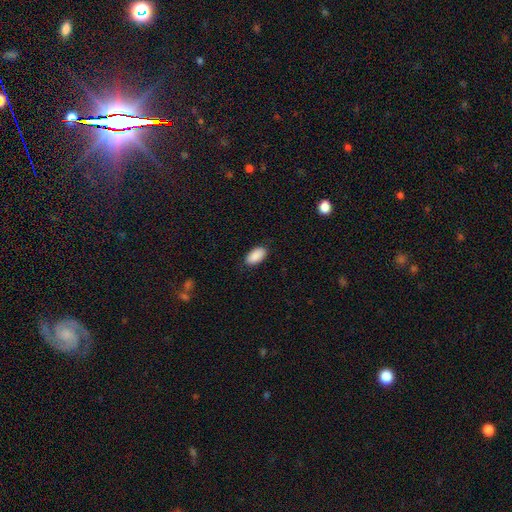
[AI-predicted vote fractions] Morphology: type=smooth (90%); roundness=in between (95%); merging=none (85%).